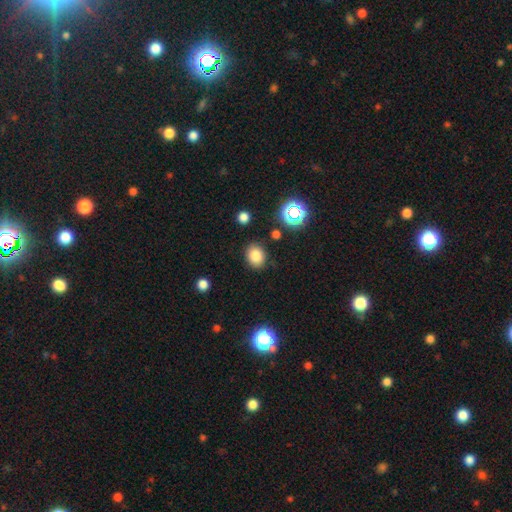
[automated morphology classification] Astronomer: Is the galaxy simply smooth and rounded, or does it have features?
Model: smooth — 81%.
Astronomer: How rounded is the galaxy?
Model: in between — 50% (runner-up: round, 49%).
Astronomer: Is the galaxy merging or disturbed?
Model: none — 85%.